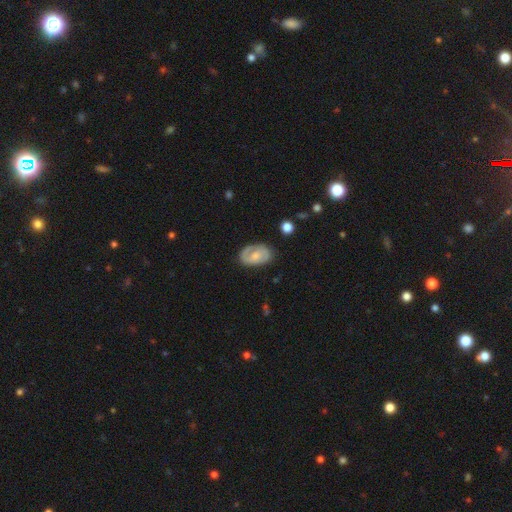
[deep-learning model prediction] Smooth or featured?
  - featured or disk: 58% *
  - smooth: 36%
  - star or artifact: 6%
Edge-on disk?
  - no: 96% *
  - yes: 4%
Bar?
  - no: 63% *
  - weak: 31%
  - strong: 6%
Spiral arms?
  - yes: 79% *
  - no: 21%
Bulge size?
  - moderate: 42% *
  - small: 39%
  - none: 11%
  - large: 6%
  - dominant: 2%
Merging?
  - none: 73% *
  - minor disturbance: 19%
  - major disturbance: 6%
  - merger: 2%